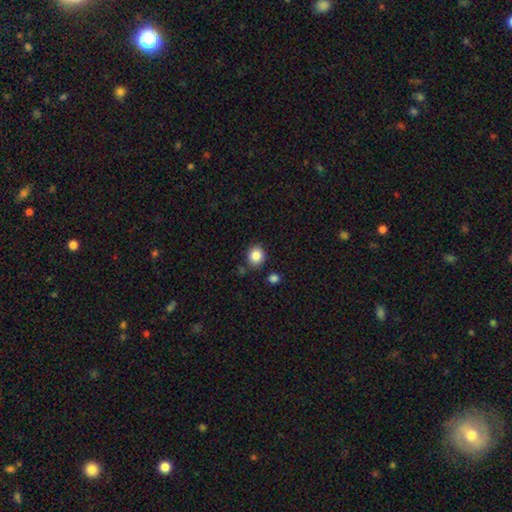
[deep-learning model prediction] smooth-or-featured: smooth: 86% | star or artifact: 9% | featured or disk: 5%
  how-rounded: round: 75% | in between: 24% | cigar-shaped: 1%
  merging: none: 81% | minor disturbance: 11% | merger: 5% | major disturbance: 3%